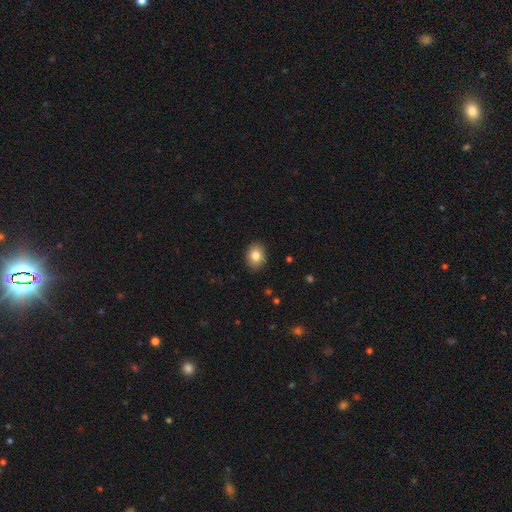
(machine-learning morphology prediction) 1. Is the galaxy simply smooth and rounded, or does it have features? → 83% smooth, 9% star or artifact, 9% featured or disk.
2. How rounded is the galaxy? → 54% in between, 45% round, 1% cigar-shaped.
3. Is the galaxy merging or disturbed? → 90% none, 8% minor disturbance, 2% major disturbance, 1% merger.